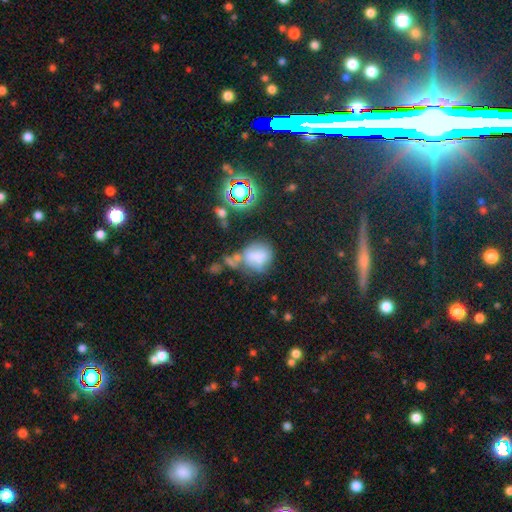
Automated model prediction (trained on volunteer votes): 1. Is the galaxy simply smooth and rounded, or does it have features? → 62% smooth, 21% featured or disk, 17% star or artifact.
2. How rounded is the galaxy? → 66% round, 32% in between, 2% cigar-shaped.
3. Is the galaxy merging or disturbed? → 34% none, 25% merger, 22% minor disturbance, 19% major disturbance.